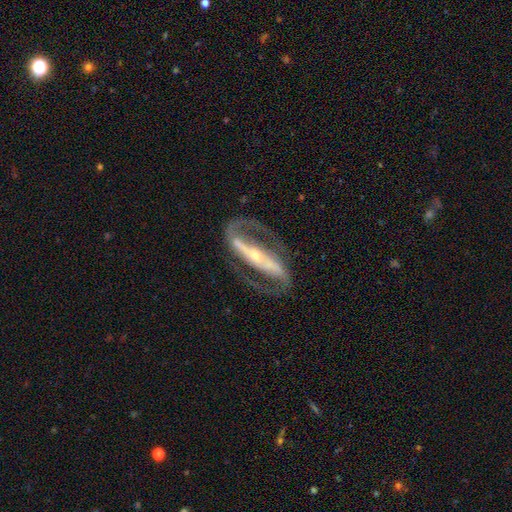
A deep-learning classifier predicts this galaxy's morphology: Smooth or featured? Predicted: featured or disk (p=0.91). Edge-on disk? Predicted: no (p=0.91). Bar? Predicted: strong (p=0.77). Spiral arms? Predicted: yes (p=0.95). Spiral winding? Predicted: medium (p=0.51). Spiral arm count? Predicted: 2 (p=0.92). Bulge size? Predicted: small (p=0.70). Merging? Predicted: none (p=0.76).